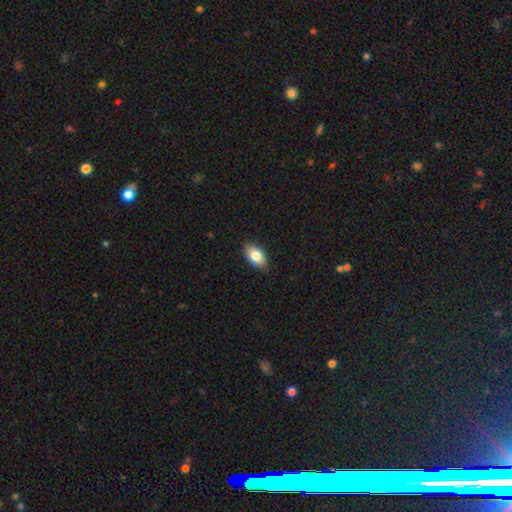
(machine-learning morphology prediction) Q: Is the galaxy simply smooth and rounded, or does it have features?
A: smooth — 81%.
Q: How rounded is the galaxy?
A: in between — 93%.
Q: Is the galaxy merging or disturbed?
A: none — 88%.